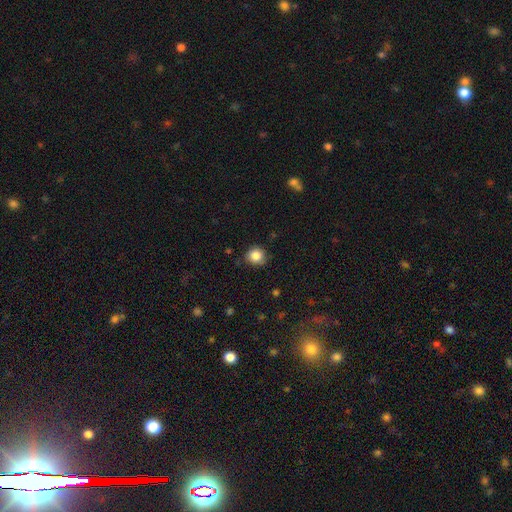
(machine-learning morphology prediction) Overall: smooth (84%). How rounded: round (89%). Merging: none (80%).